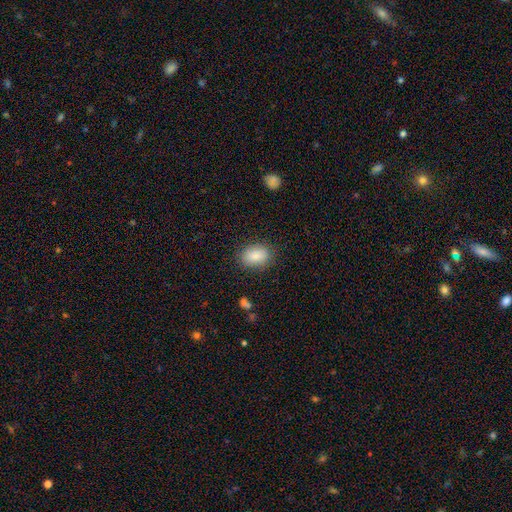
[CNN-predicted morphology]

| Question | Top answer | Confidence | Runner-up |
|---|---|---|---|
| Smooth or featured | smooth | 84% | star or artifact (8%) |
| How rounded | in between | 80% | round (19%) |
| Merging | none | 84% | minor disturbance (12%) |